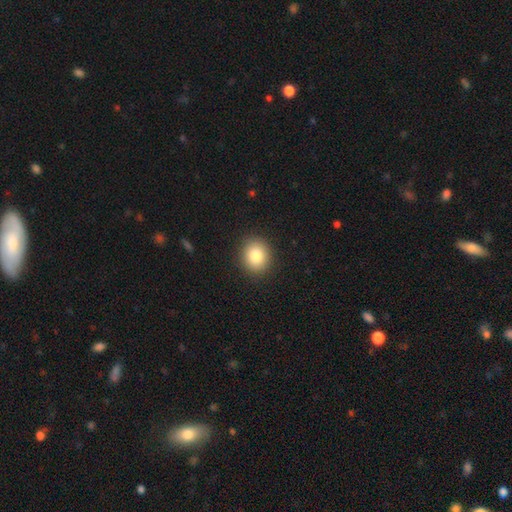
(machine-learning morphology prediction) Q: Smooth or featured?
A: smooth (83%); runner-up: star or artifact (9%)
Q: How rounded?
A: round (72%); runner-up: in between (27%)
Q: Merging?
A: none (90%); runner-up: minor disturbance (7%)